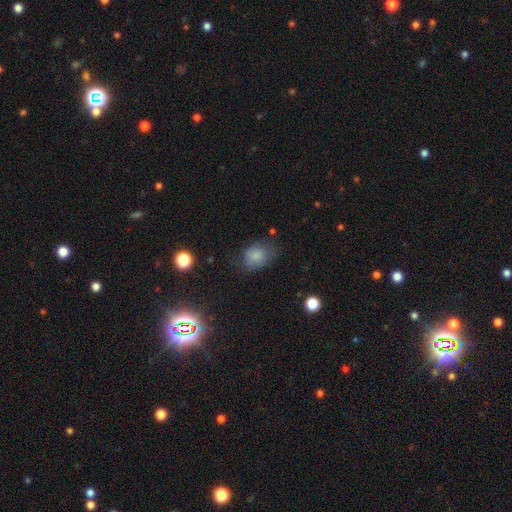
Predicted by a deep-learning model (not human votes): Q: Smooth or featured?
A: smooth (80%); runner-up: star or artifact (10%)
Q: How rounded?
A: in between (58%); runner-up: round (40%)
Q: Merging?
A: none (58%); runner-up: minor disturbance (28%)